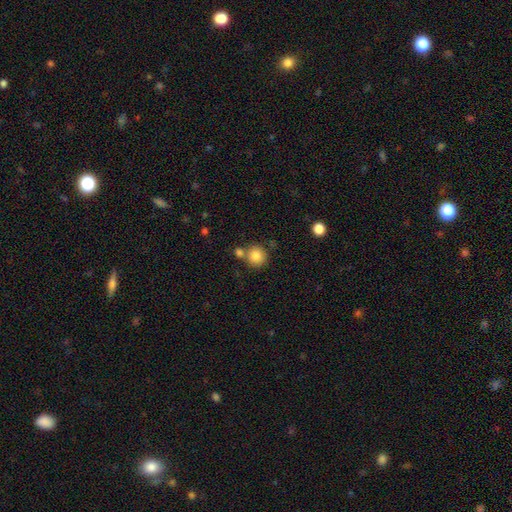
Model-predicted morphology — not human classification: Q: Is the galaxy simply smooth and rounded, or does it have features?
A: smooth — 84%.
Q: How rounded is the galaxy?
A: round — 92%.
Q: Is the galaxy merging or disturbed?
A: none — 68%.